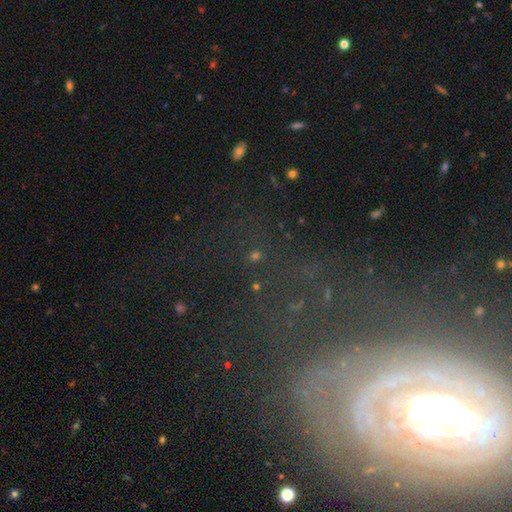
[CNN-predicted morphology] A star or artifact, not a galaxy (58%).